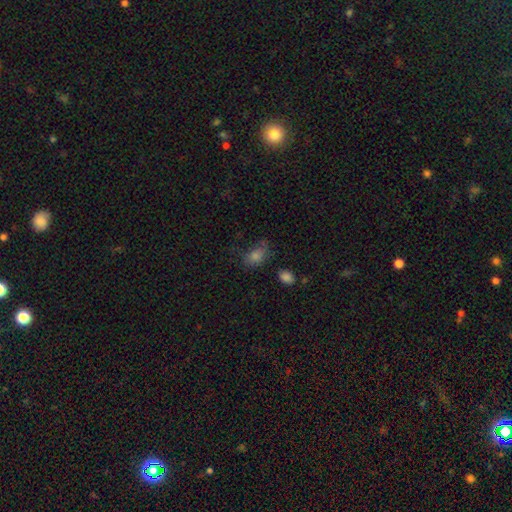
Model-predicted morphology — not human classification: This is likely a smooth galaxy (68%). How rounded: likely in between (76%). Merging: possibly none (54%).